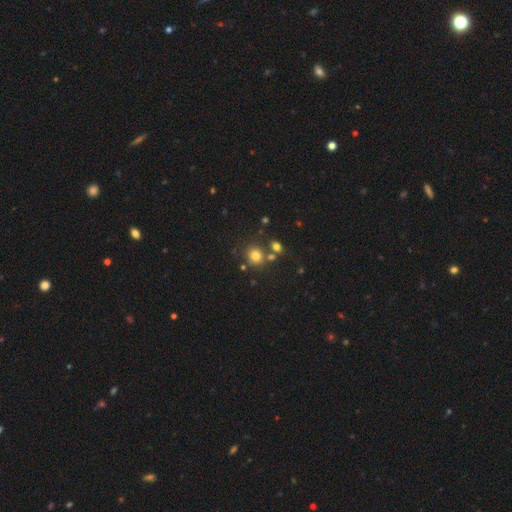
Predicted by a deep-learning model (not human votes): smooth-or-featured: smooth: 76% | star or artifact: 15% | featured or disk: 9%
  how-rounded: round: 85% | in between: 14% | cigar-shaped: 1%
  merging: none: 70% | merger: 17% | minor disturbance: 10% | major disturbance: 4%